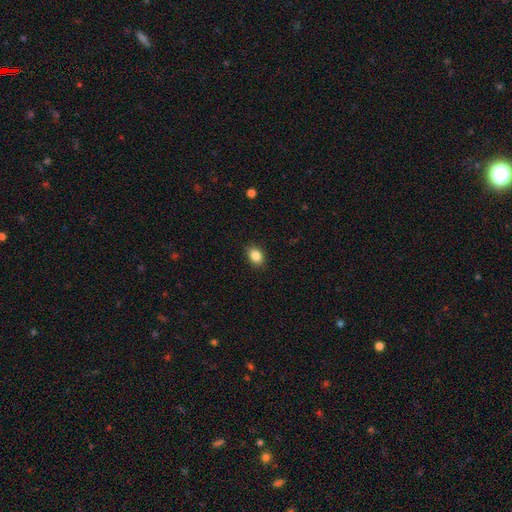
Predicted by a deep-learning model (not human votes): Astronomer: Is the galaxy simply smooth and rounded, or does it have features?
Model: smooth — 86%.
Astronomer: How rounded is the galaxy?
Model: in between — 66%.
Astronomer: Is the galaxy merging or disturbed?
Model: none — 88%.